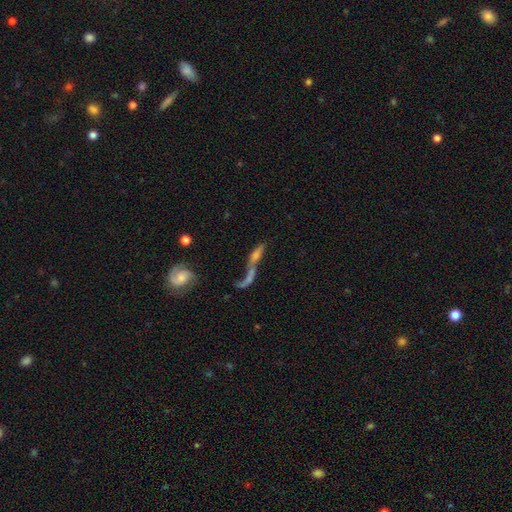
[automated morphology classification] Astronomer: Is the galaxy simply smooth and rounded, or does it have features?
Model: featured or disk — 43% (runner-up: smooth, 32%).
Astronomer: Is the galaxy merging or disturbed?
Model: none — 47% (runner-up: merger, 26%).